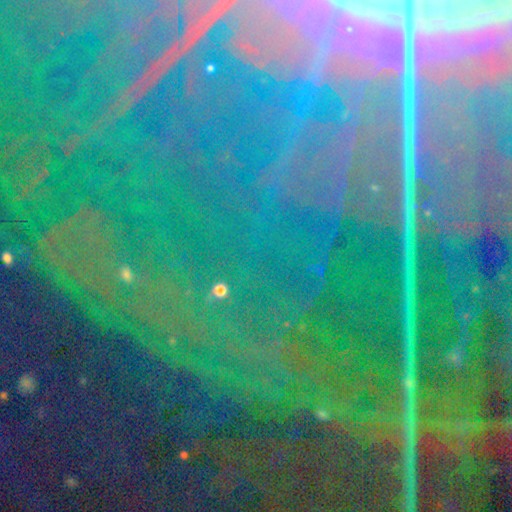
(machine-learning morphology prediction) Overall: star or artifact (83%).